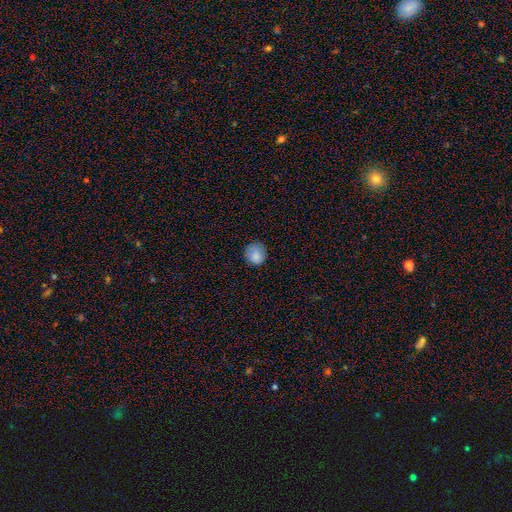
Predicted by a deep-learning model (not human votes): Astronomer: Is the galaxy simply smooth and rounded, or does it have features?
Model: smooth — 85%.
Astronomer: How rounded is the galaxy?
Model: round — 87%.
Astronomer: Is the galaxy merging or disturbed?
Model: none — 78%.